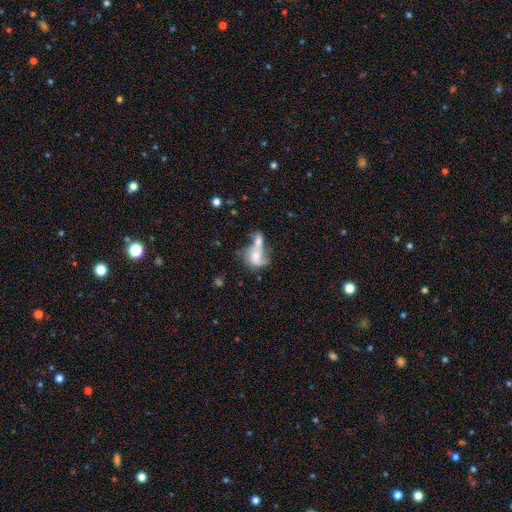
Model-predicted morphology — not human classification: Overall: featured or disk (48%; smooth 42%). Merging: merger (65%).